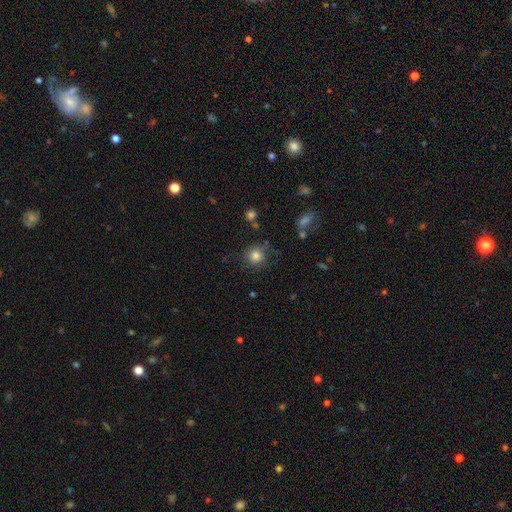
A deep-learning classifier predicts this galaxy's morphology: A smooth galaxy with no disk features (82%) that is round (90%). Merging: none (76%).